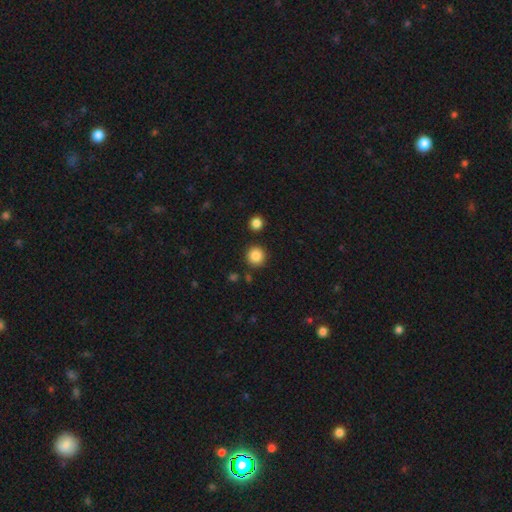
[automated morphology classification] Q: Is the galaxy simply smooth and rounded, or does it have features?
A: smooth — 86%.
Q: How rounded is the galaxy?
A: round — 94%.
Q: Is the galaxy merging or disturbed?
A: none — 88%.